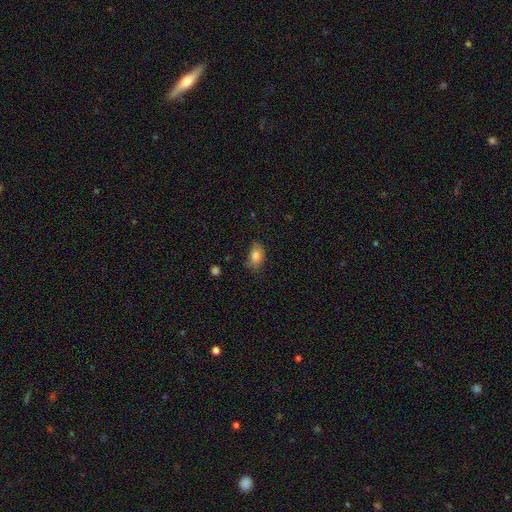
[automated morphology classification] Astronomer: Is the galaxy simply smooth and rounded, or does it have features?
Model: smooth — 83%.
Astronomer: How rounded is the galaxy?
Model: in between — 86%.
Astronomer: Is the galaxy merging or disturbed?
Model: none — 66%.